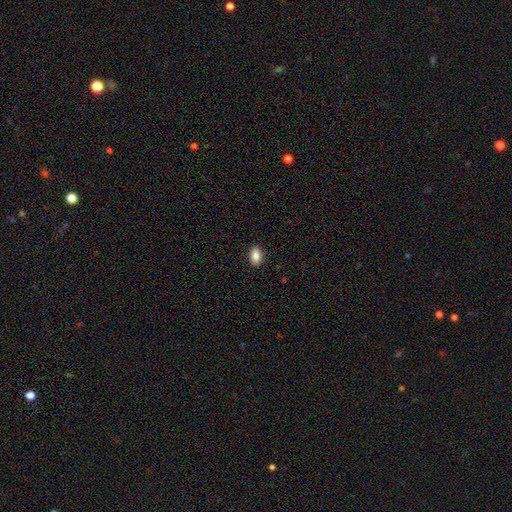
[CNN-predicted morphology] smooth-or-featured: smooth: 87% | star or artifact: 8% | featured or disk: 5%
  how-rounded: in between: 89% | round: 8% | cigar-shaped: 2%
  merging: none: 90% | minor disturbance: 7% | major disturbance: 2% | merger: 1%